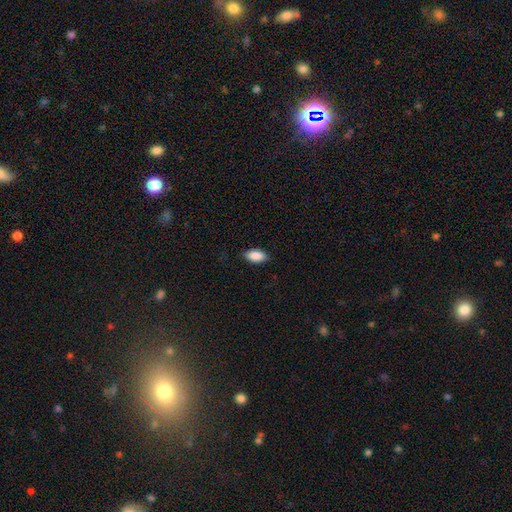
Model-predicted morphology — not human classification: Smooth or featured? Predicted: smooth (p=0.89). How rounded? Predicted: in between (p=0.93). Merging? Predicted: none (p=0.85).